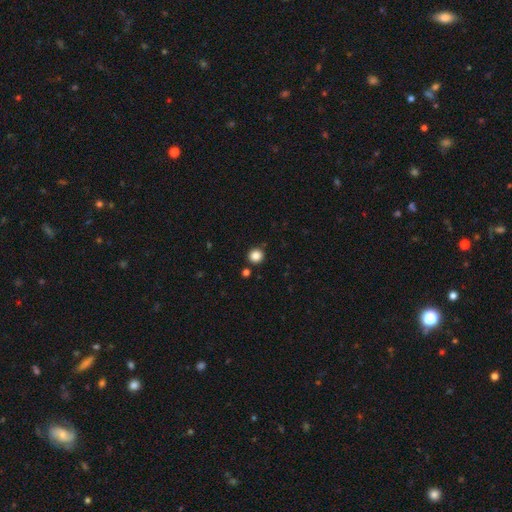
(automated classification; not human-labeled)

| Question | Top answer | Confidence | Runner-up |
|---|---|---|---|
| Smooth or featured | smooth | 85% | star or artifact (11%) |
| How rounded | round | 94% | in between (6%) |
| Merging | none | 89% | minor disturbance (6%) |